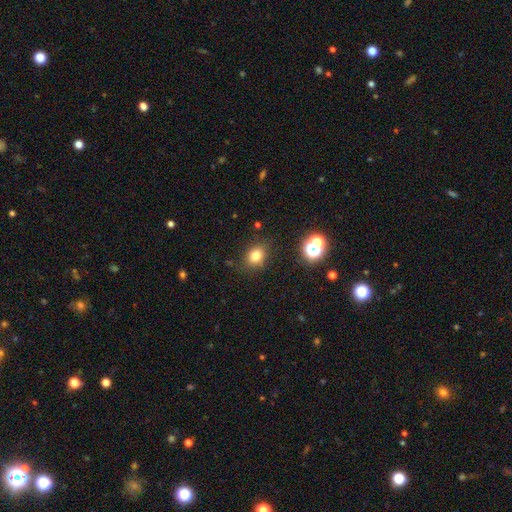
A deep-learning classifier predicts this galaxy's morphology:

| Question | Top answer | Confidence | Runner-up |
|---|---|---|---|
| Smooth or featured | smooth | 77% | star or artifact (15%) |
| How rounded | round | 55% | in between (44%) |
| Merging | none | 81% | minor disturbance (13%) |